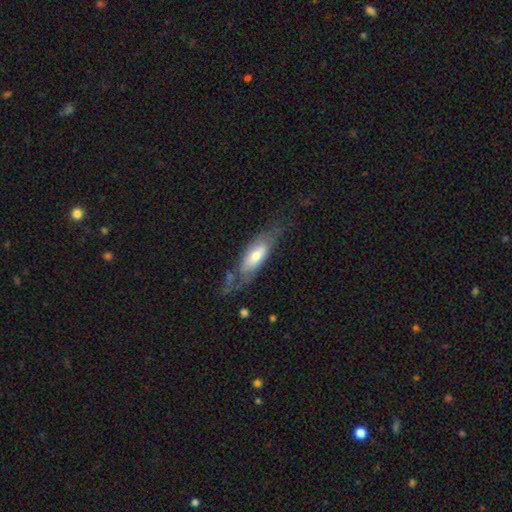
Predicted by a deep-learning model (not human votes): smooth_or_featured: smooth (p=0.50) [alt: featured or disk p=0.45]
merging: none (p=0.47) [alt: minor disturbance p=0.26]